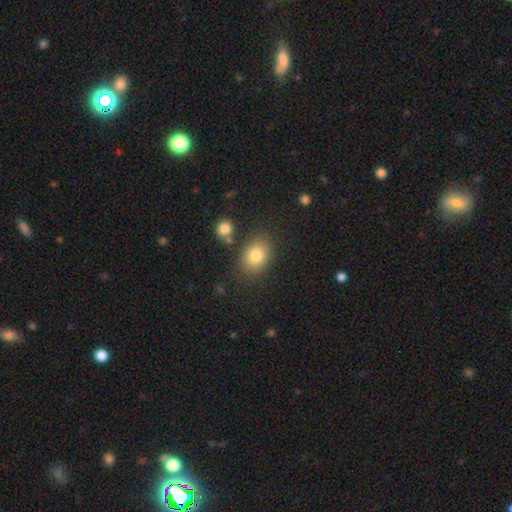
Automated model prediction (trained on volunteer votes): A smooth galaxy with no disk features (80%) that is in between round and cigar-shaped (65%). Merging: none (78%).